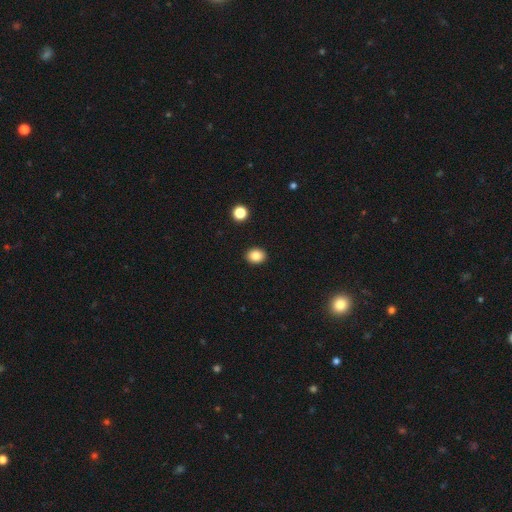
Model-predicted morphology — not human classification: Smooth or featured? Predicted: smooth (p=0.84). How rounded? Predicted: round (p=0.56). Merging? Predicted: none (p=0.91).